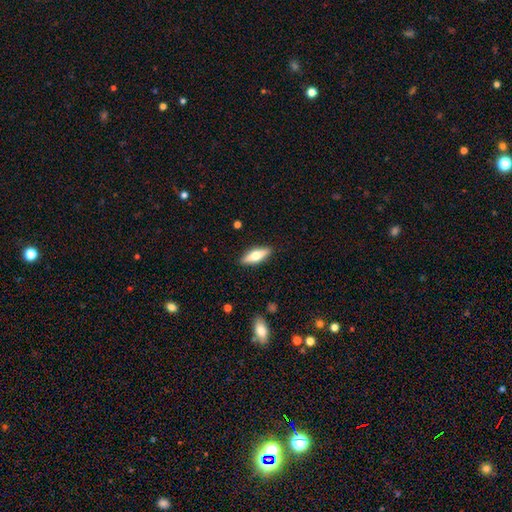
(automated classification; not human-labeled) Smooth or featured? smooth (55%)
How rounded? in between (53%)
Merging? none (89%)